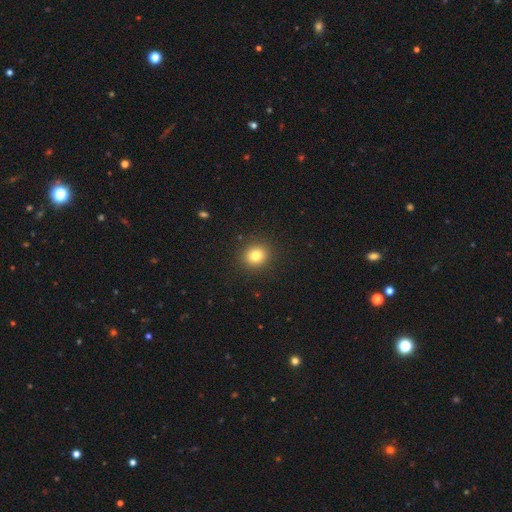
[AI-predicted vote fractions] Smooth or featured? smooth (81%)
How rounded? round (82%)
Merging? none (91%)